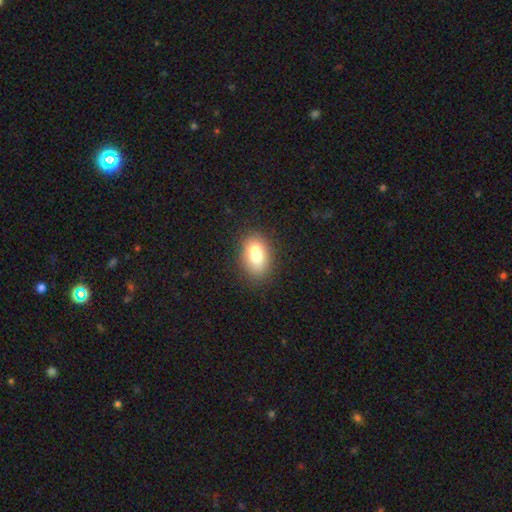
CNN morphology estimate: The model was most divided on "merging": none: 48%, merger: 36%, minor disturbance: 12%, major disturbance: 4%. More confident: how rounded — in between (79%); smooth or featured — smooth (70%).